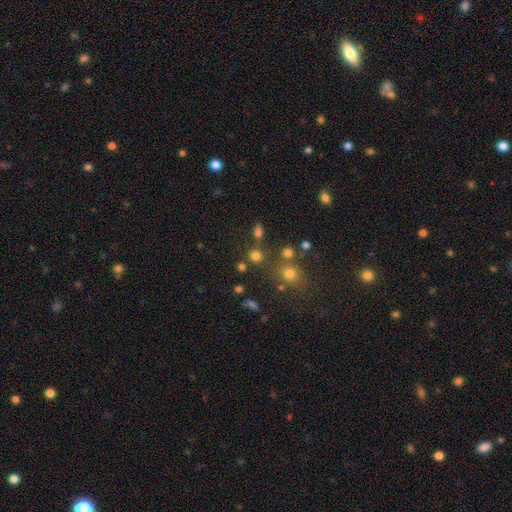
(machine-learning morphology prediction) A smooth galaxy with no disk features (73%) that is round (85%). Merging: none (71%).